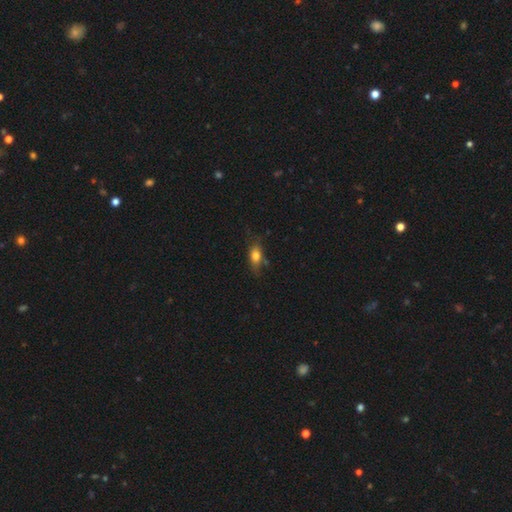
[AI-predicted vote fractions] This is likely a smooth galaxy (73%). How rounded: likely in between (75%). Merging: likely none (62%).